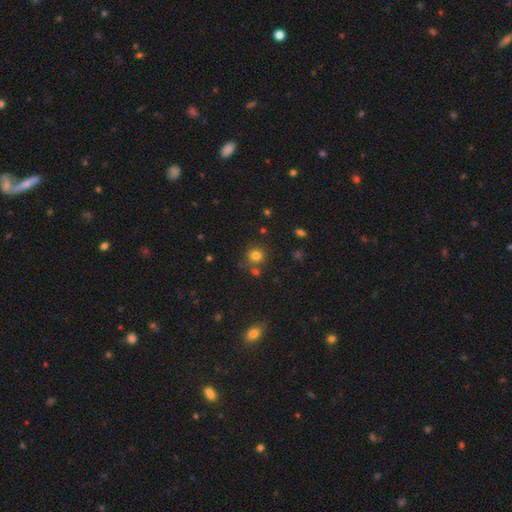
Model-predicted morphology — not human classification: smooth-or-featured: smooth: 77% | star or artifact: 16% | featured or disk: 7%
  how-rounded: round: 89% | in between: 10% | cigar-shaped: 1%
  merging: none: 75% | merger: 12% | minor disturbance: 9% | major disturbance: 3%